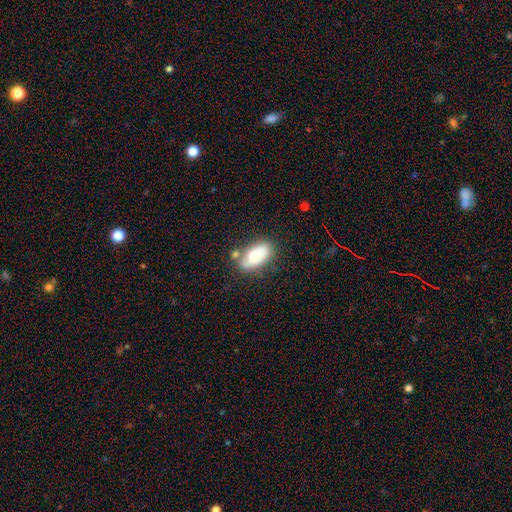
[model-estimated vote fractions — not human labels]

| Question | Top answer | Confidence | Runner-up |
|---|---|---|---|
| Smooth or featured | smooth | 75% | featured or disk (18%) |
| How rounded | in between | 92% | cigar-shaped (5%) |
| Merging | none | 62% | minor disturbance (20%) |